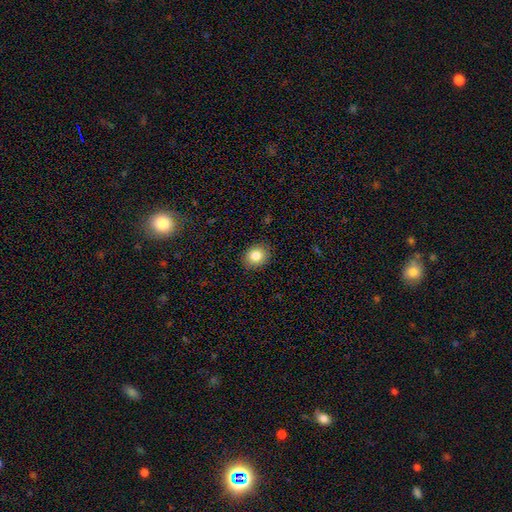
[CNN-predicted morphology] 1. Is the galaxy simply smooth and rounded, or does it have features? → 83% smooth, 10% star or artifact, 8% featured or disk.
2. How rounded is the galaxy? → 62% round, 37% in between, 1% cigar-shaped.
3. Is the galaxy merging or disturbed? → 89% none, 8% minor disturbance, 2% major disturbance, 1% merger.